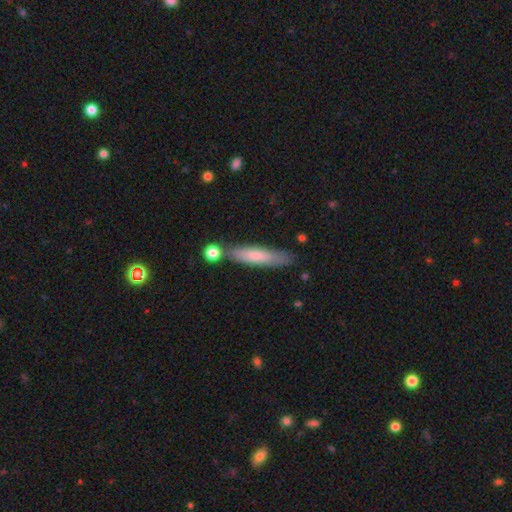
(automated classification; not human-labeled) Smooth or featured? smooth (71%)
How rounded? cigar-shaped (85%)
Merging? none (75%)